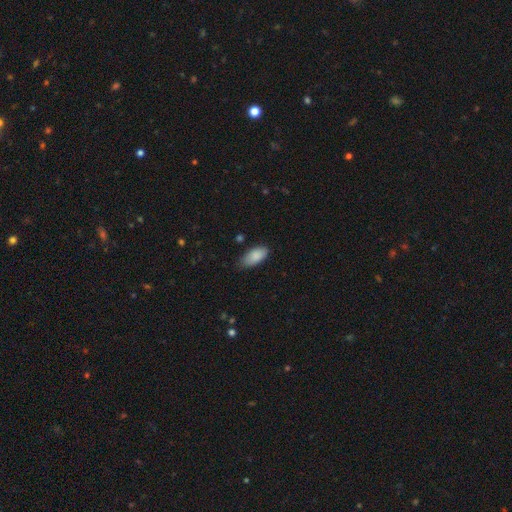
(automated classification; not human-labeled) smooth_or_featured: smooth (p=0.88) [alt: star or artifact p=0.06]
how_rounded: in between (p=0.92) [alt: cigar-shaped p=0.06]
merging: none (p=0.72) [alt: minor disturbance p=0.23]